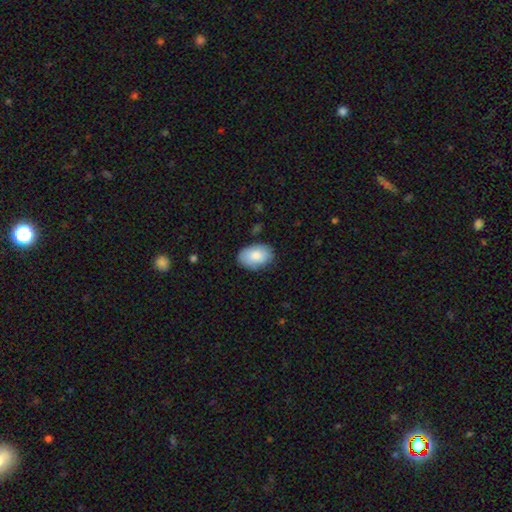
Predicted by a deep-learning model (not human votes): A smooth galaxy with no disk features (84%) that is in between round and cigar-shaped (90%).

Vote fractions:
- Smooth or featured? smooth: 84% / featured or disk: 10% / star or artifact: 6%
- How rounded? in between: 90% / round: 9% / cigar-shaped: 1%
- Merging? none: 82% / minor disturbance: 14% / major disturbance: 3% / merger: 1%